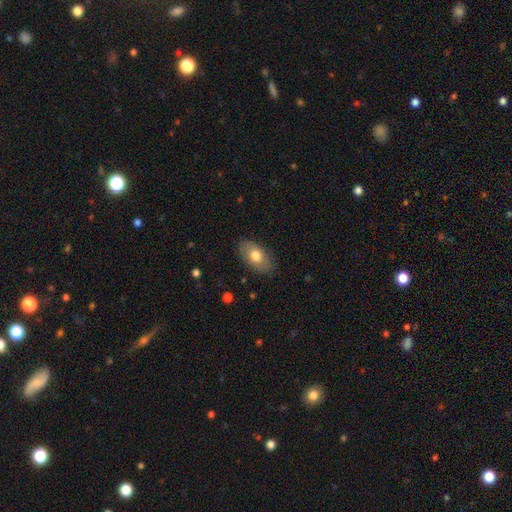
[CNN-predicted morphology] Smooth or featured? smooth (71%)
How rounded? in between (92%)
Merging? none (84%)